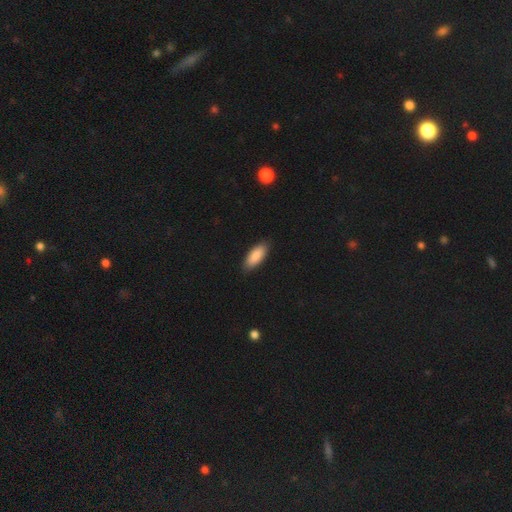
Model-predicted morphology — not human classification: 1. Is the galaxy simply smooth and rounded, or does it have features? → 88% smooth, 7% featured or disk, 6% star or artifact.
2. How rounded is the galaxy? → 80% in between, 18% cigar-shaped, 2% round.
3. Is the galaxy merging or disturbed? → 87% none, 10% minor disturbance, 2% major disturbance, 1% merger.